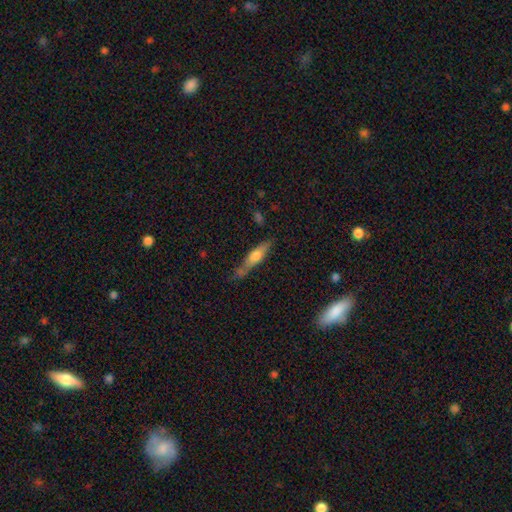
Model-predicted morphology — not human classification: The model was most divided on "smooth or featured": smooth: 52%, featured or disk: 41%, star or artifact: 7%. More confident: how rounded — cigar-shaped (76%); merging — none (56%).